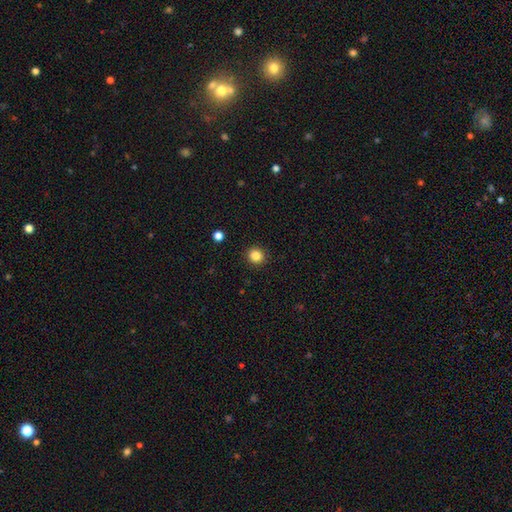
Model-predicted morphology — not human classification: smooth-or-featured: smooth: 85% | star or artifact: 11% | featured or disk: 4%
  how-rounded: round: 91% | in between: 8% | cigar-shaped: 1%
  merging: none: 92% | minor disturbance: 5% | major disturbance: 2% | merger: 1%